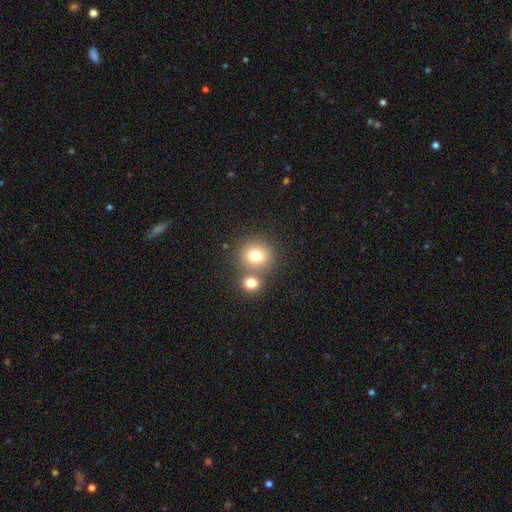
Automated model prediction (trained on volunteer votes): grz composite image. It shows a smooth galaxy with no disk features (77%) that is round (84%). Merging: none (59%).